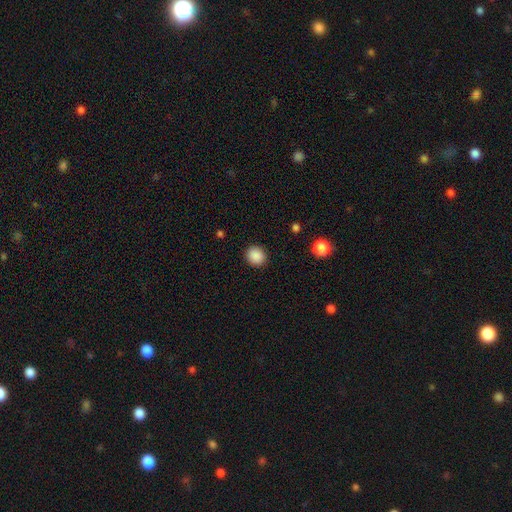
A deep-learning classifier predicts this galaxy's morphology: A smooth galaxy with no disk features (88%) that is round (83%). Merging: none (91%).